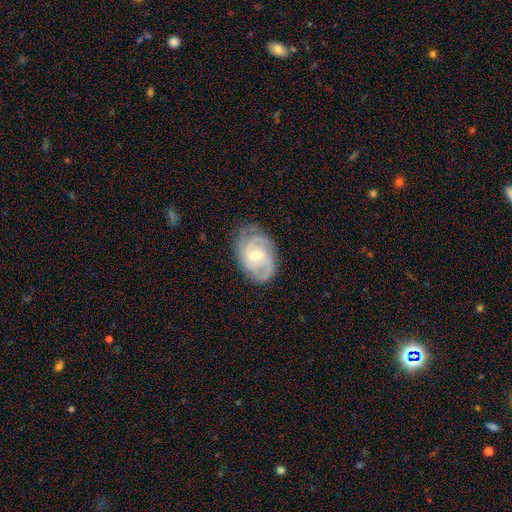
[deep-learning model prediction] featured or disk 84%, smooth 11%, star or artifact 5%. Down the decision tree: edge-on disk — no (97%); bar — weak (57%); spiral arms — yes (96%); spiral arm count — 2 (36%); spiral winding — tight (47%); bulge size — moderate (52%); merging — none (74%).